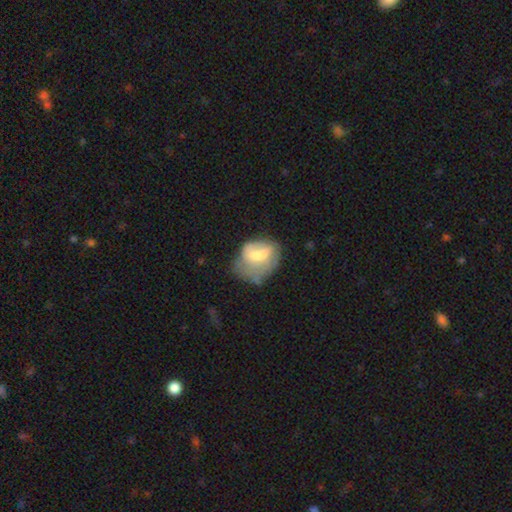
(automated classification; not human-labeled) This appears to be a smooth galaxy with no disk features (55%) that is in between round and cigar-shaped (57%). Merging: minor disturbance (32%).